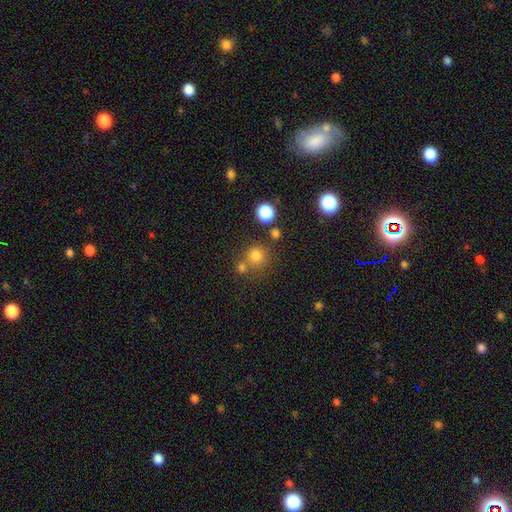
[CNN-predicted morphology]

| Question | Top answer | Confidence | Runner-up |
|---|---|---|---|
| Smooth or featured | smooth | 75% | star or artifact (18%) |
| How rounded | round | 91% | in between (8%) |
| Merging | none | 67% | merger (20%) |